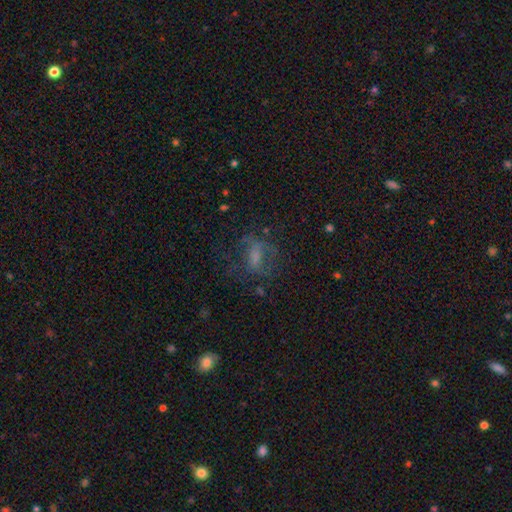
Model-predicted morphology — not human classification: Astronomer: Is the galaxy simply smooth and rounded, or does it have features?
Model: featured or disk — 41% (runner-up: smooth, 40%).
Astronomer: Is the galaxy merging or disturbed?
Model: none — 50% (runner-up: major disturbance, 29%).